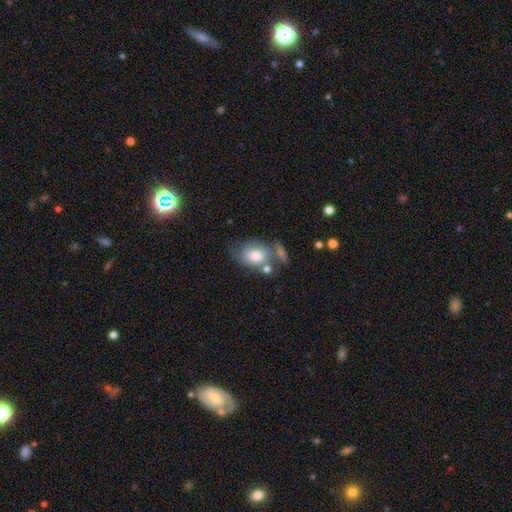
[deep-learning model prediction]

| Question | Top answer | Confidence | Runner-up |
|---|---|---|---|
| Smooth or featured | smooth | 70% | featured or disk (22%) |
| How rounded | in between | 63% | round (35%) |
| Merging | none | 37% | minor disturbance (24%) |